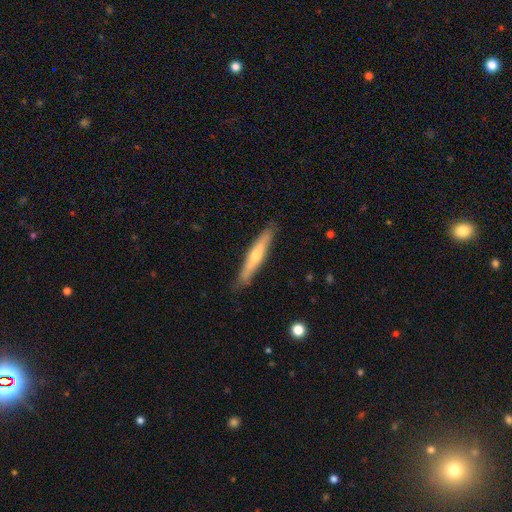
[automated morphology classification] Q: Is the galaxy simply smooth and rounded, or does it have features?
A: featured or disk — 54%.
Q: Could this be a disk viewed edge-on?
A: yes — 90%.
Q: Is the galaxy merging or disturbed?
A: none — 87%.